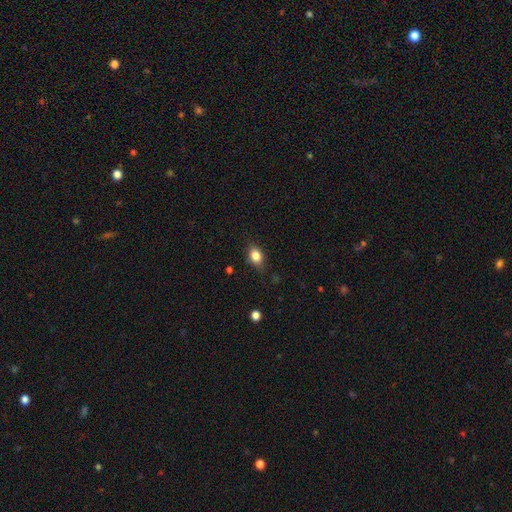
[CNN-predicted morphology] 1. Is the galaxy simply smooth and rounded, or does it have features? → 83% smooth, 9% star or artifact, 8% featured or disk.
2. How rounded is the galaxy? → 71% in between, 27% round, 2% cigar-shaped.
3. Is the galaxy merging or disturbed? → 80% none, 16% minor disturbance, 3% major disturbance, 1% merger.